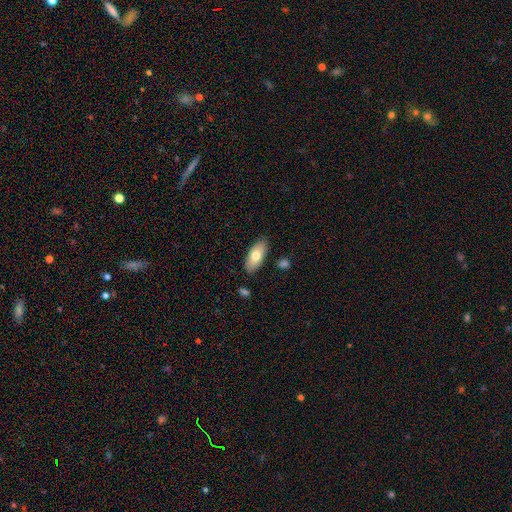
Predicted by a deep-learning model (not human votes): This is likely a smooth galaxy (73%). How rounded: clearly in between (88%). Merging: clearly none (85%).